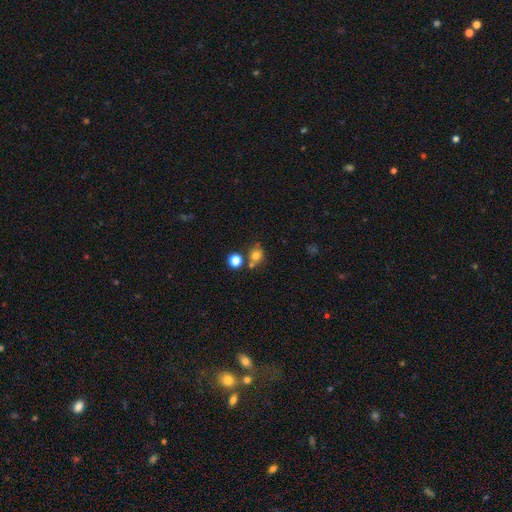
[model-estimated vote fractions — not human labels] Q: Smooth or featured?
A: smooth (74%); runner-up: star or artifact (16%)
Q: How rounded?
A: round (77%); runner-up: in between (22%)
Q: Merging?
A: none (61%); runner-up: merger (21%)